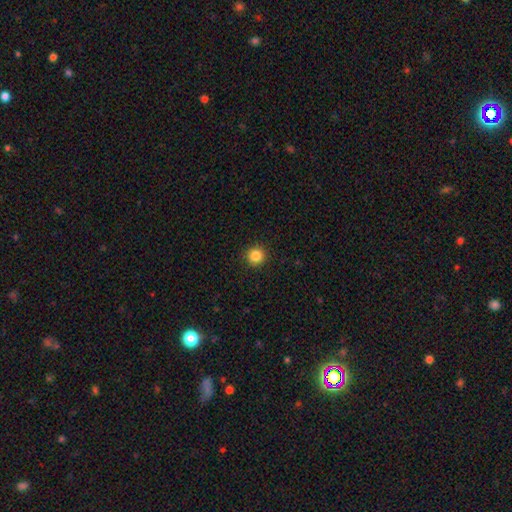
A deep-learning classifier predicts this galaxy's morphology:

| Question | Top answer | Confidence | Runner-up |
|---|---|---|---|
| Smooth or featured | smooth | 85% | star or artifact (11%) |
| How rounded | round | 95% | in between (4%) |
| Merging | none | 93% | minor disturbance (5%) |